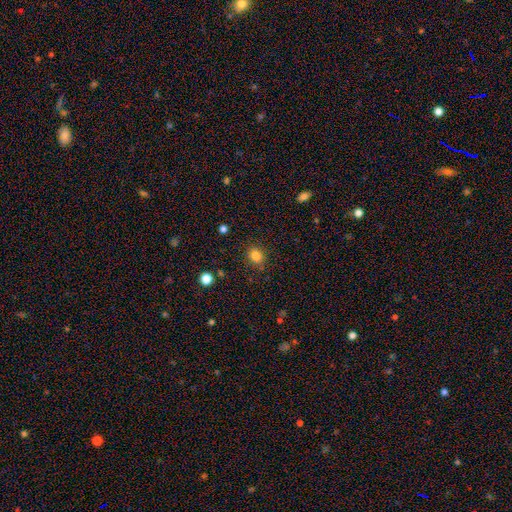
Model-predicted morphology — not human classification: smooth_or_featured: smooth (p=0.83) [alt: star or artifact p=0.12]
how_rounded: round (p=0.67) [alt: in between p=0.32]
merging: none (p=0.86) [alt: minor disturbance p=0.09]